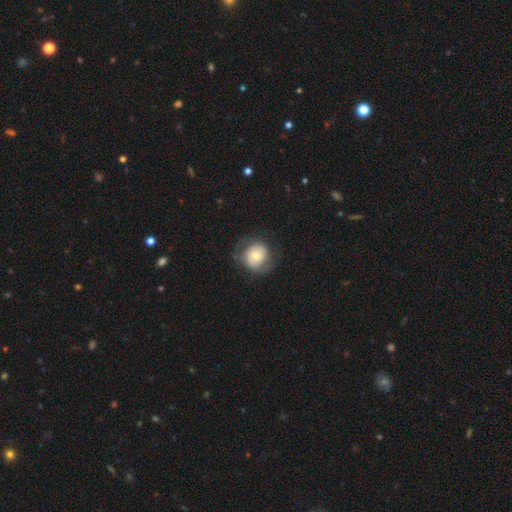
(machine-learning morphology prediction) A smooth galaxy with no disk features (52%) that is round (81%).

Vote fractions:
- Smooth or featured? smooth: 52% / featured or disk: 41% / star or artifact: 7%
- How rounded? round: 81% / in between: 18% / cigar-shaped: 1%
- Merging? none: 67% / minor disturbance: 20% / major disturbance: 12% / merger: 1%